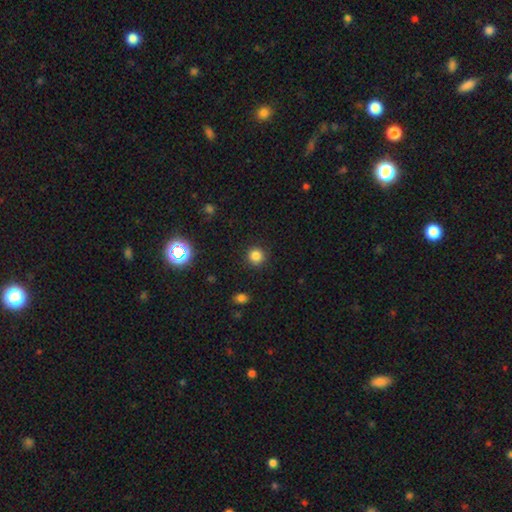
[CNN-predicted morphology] Q: Smooth or featured?
A: smooth (82%); runner-up: star or artifact (14%)
Q: How rounded?
A: round (93%); runner-up: in between (6%)
Q: Merging?
A: none (90%); runner-up: minor disturbance (6%)